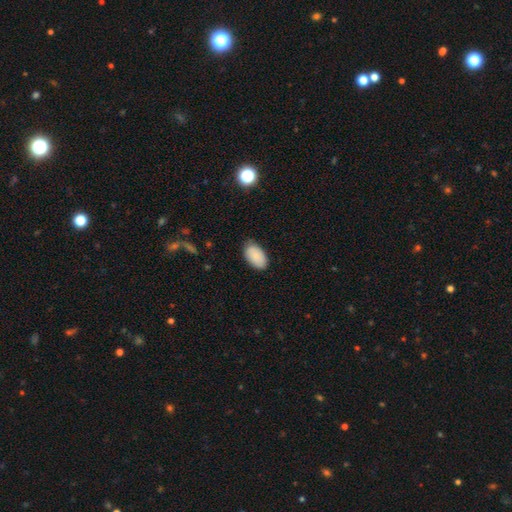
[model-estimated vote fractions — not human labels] This appears to be a smooth galaxy with no disk features (87%) that is in between round and cigar-shaped (95%). Merging: none (81%).